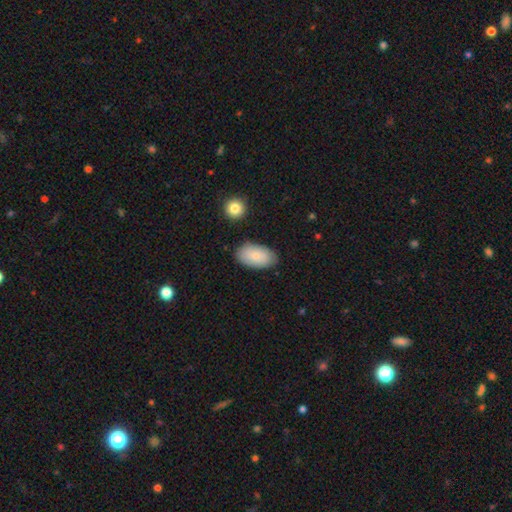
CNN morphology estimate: A smooth galaxy with no disk features (84%) that is in between round and cigar-shaped (95%). Merging: none (80%).